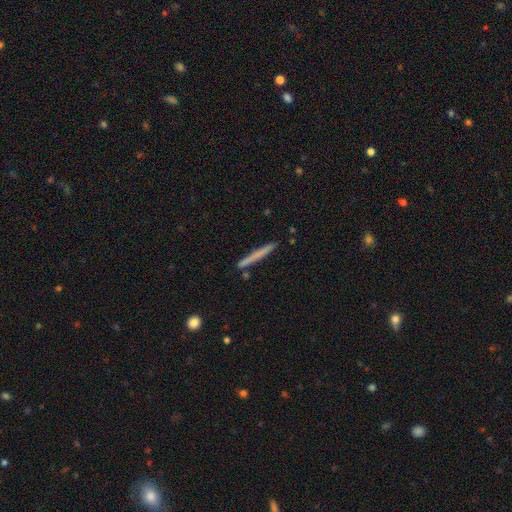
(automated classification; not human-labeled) smooth 61%, featured or disk 33%, star or artifact 6%. Down the decision tree: how rounded — cigar-shaped (97%); merging — none (89%).